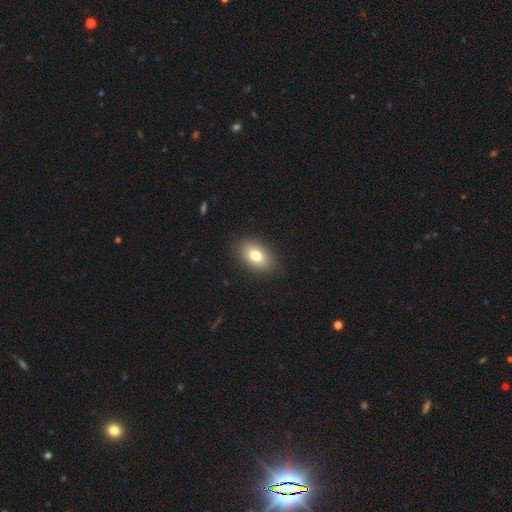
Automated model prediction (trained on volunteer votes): Q: Smooth or featured?
A: smooth (77%); runner-up: featured or disk (14%)
Q: How rounded?
A: in between (88%); runner-up: round (10%)
Q: Merging?
A: none (88%); runner-up: minor disturbance (8%)